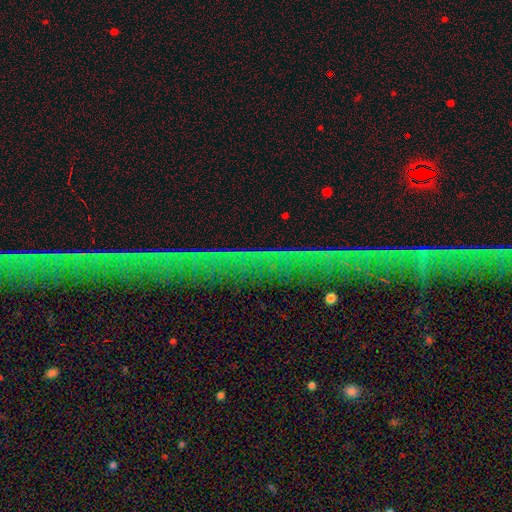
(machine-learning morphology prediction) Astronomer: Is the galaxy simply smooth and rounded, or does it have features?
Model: star or artifact — 76%.